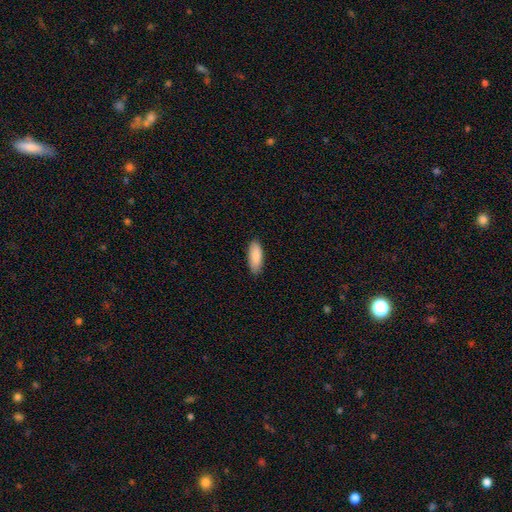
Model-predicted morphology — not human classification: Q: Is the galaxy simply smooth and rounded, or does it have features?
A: smooth — 89%.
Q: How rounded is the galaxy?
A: in between — 75%.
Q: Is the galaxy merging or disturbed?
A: none — 87%.